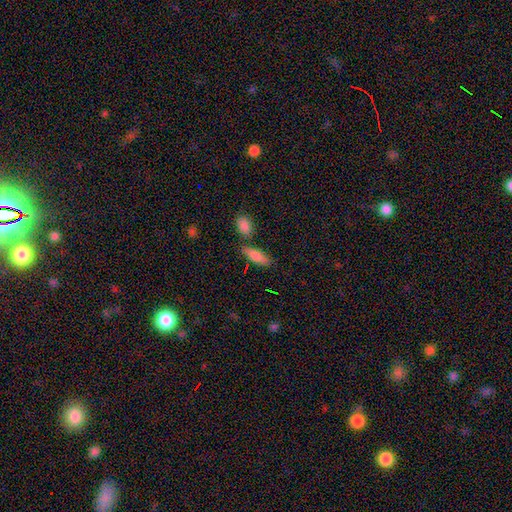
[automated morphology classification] smooth_or_featured: smooth (p=0.81) [alt: featured or disk p=0.11]
how_rounded: in between (p=0.57) [alt: cigar-shaped p=0.40]
merging: none (p=0.72) [alt: minor disturbance p=0.12]